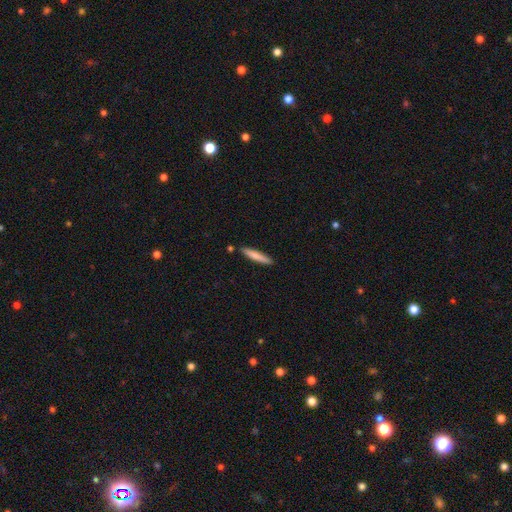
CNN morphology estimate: This is likely a smooth galaxy (77%). How rounded: clearly cigar-shaped (91%). Merging: clearly none (87%).